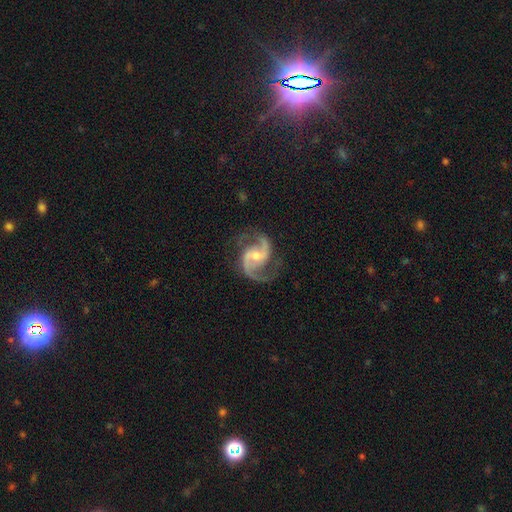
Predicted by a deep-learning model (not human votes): A featured or disk galaxy (93%) with a weak bar (44%), 2 (92%) medium (62%) spiral arms (98%) and a moderate central bulge (59%).

Vote fractions:
- Smooth or featured? featured or disk: 93% / star or artifact: 4% / smooth: 3%
- Edge-on disk? no: 98% / yes: 2%
- Bar? weak: 44% / no: 39% / strong: 16%
- Spiral arms? yes: 98% / no: 2%
- Spiral winding? medium: 62% / loose: 25% / tight: 13%
- Spiral arm count? 2: 92% / 3: 2% / can't tell: 2% / 1: 1% / 4: 1% / more than 4: 1%
- Bulge size? moderate: 59% / small: 35% / large: 3% / none: 2% / dominant: 1%
- Merging? none: 77% / minor disturbance: 15% / major disturbance: 7% / merger: 1%